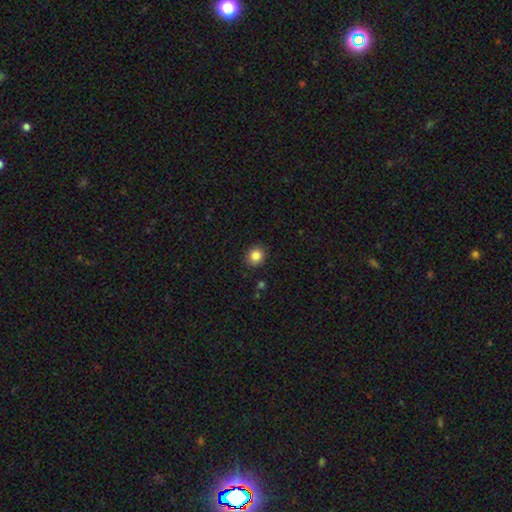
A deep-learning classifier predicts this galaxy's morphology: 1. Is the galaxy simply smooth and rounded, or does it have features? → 86% smooth, 10% star or artifact, 4% featured or disk.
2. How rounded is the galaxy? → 80% round, 19% in between, 1% cigar-shaped.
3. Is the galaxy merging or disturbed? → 89% none, 8% minor disturbance, 2% major disturbance, 1% merger.